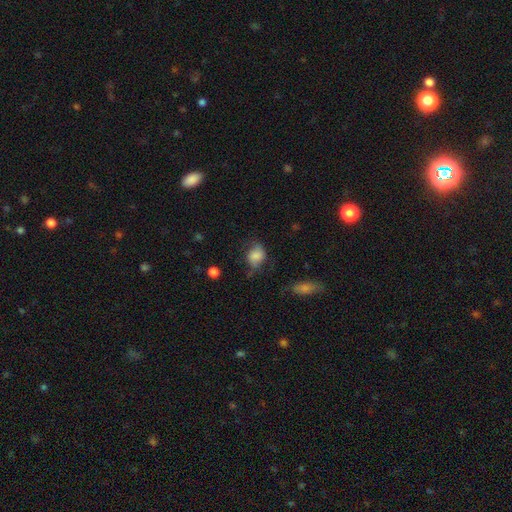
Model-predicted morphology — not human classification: smooth-or-featured: smooth: 77% | featured or disk: 15% | star or artifact: 9%
  how-rounded: in between: 57% | round: 42% | cigar-shaped: 1%
  merging: none: 48% | minor disturbance: 34% | major disturbance: 15% | merger: 3%